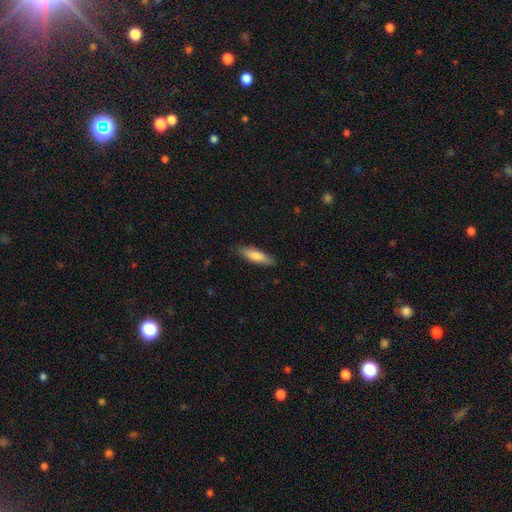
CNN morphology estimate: This appears to be a smooth galaxy with no disk features (79%) that is cigar-shaped (57%). Merging: none (84%).